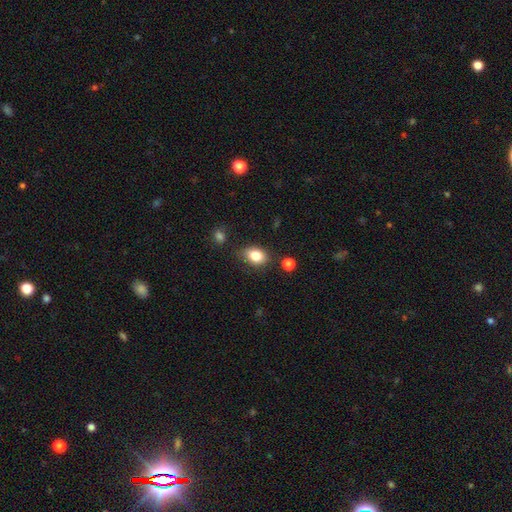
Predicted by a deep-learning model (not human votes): Q: Smooth or featured?
A: smooth (83%); runner-up: star or artifact (9%)
Q: How rounded?
A: in between (74%); runner-up: round (25%)
Q: Merging?
A: none (78%); runner-up: minor disturbance (15%)